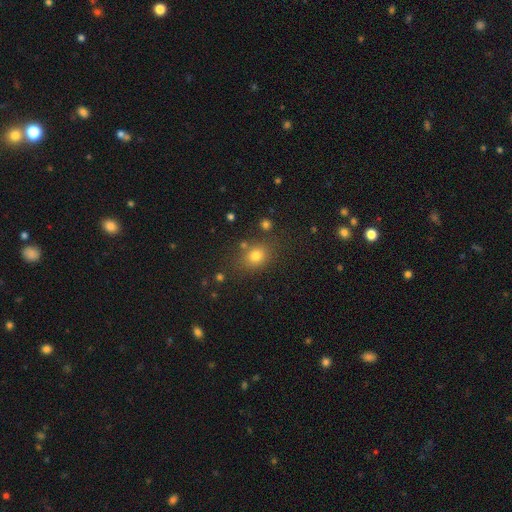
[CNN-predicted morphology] smooth 74%, star or artifact 17%, featured or disk 9%. Down the decision tree: how rounded — round (52%); merging — none (77%).